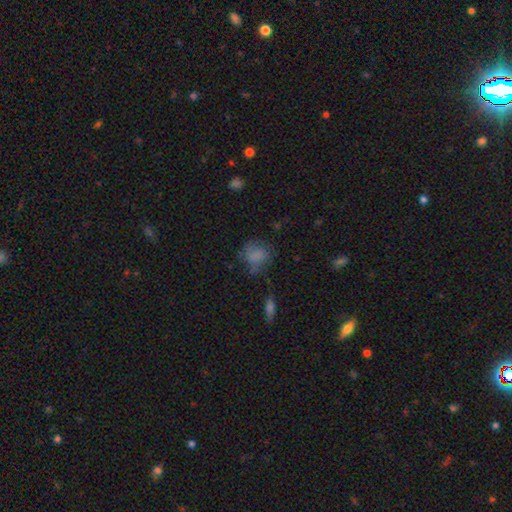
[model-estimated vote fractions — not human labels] Overall: smooth (73%). How rounded: round (62%; in between 37%). Merging: none (52%; minor disturbance 26%).